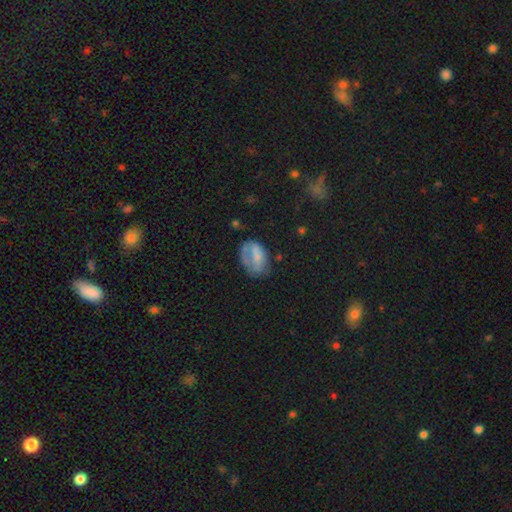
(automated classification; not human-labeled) Overall: smooth (61%; featured or disk 29%). How rounded: in between (84%). Merging: none (42%; minor disturbance 30%).